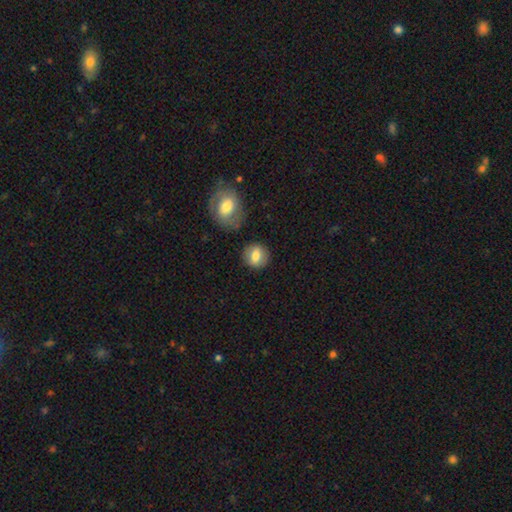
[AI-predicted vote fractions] Smooth or featured? smooth (78%)
How rounded? round (77%)
Merging? none (83%)